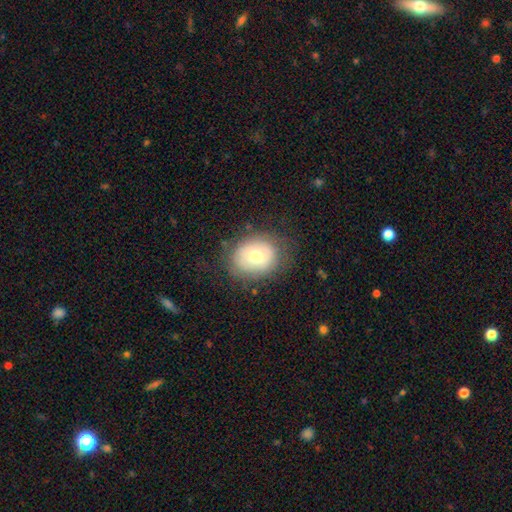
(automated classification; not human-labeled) Smooth or featured? smooth (61%)
How rounded? round (54%)
Merging? none (73%)